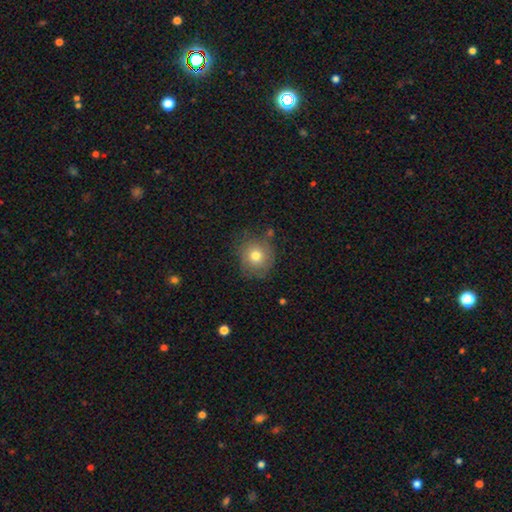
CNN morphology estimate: This appears to be a smooth galaxy with no disk features (74%) that is round (87%). Merging: none (75%).